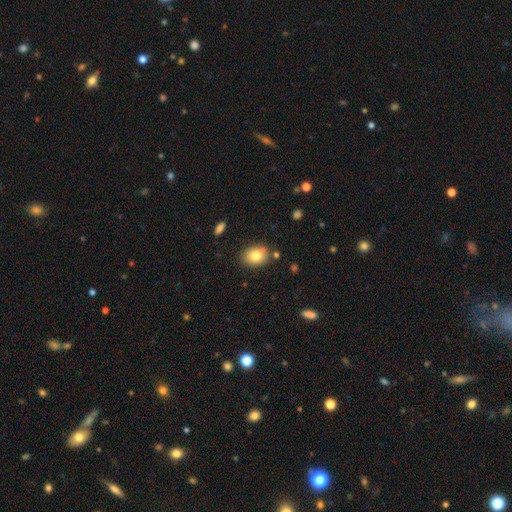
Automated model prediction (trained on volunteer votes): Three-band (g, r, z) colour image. It shows a smooth galaxy with no disk features (80%) that is in between round and cigar-shaped (64%). Merging: none (81%).